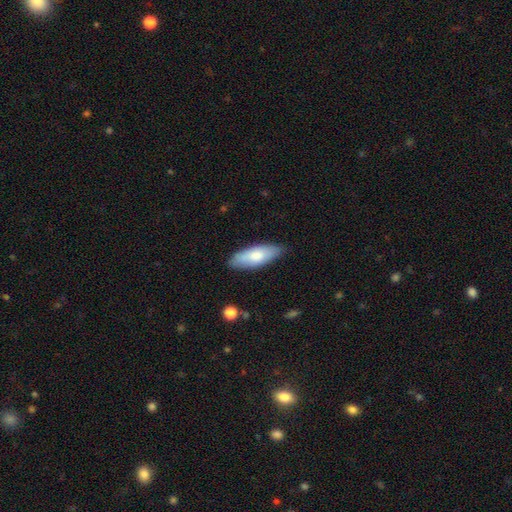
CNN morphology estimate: This appears to be a smooth galaxy with no disk features (76%) that is in between round and cigar-shaped (68%). Merging: none (83%).